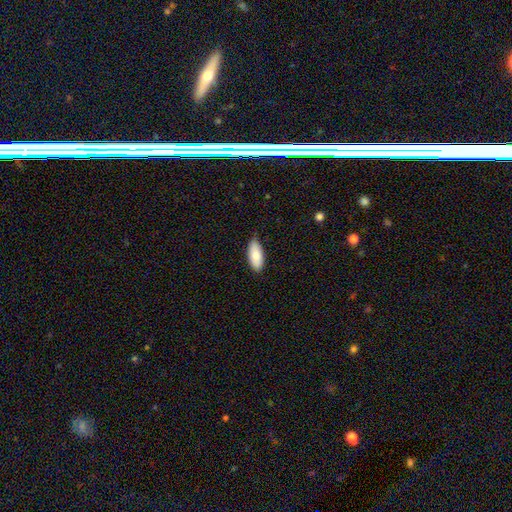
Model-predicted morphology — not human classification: Smooth or featured: smooth — 84% (featured or disk — 10%)
How rounded: in between — 87% (cigar-shaped — 11%)
Merging: none — 80% (minor disturbance — 17%)